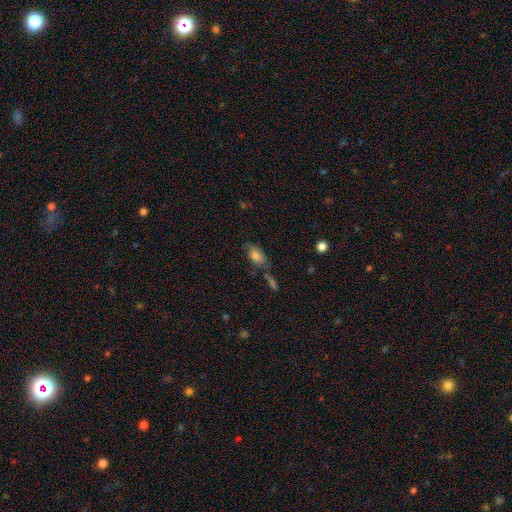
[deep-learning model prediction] smooth_or_featured: smooth (p=0.78) [alt: featured or disk p=0.13]
how_rounded: in between (p=0.89) [alt: round p=0.07]
merging: none (p=0.56) [alt: minor disturbance p=0.21]